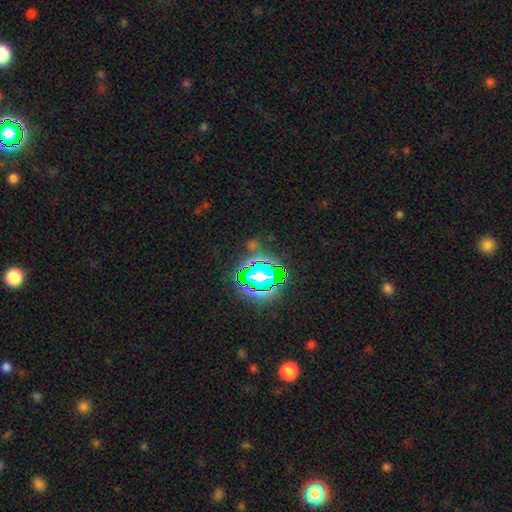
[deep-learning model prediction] Overall: star or artifact (80%).